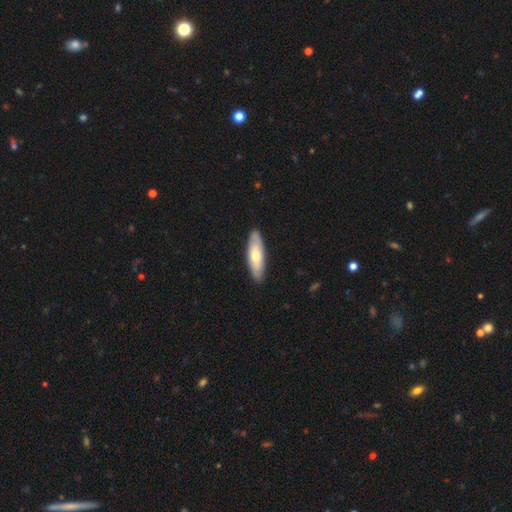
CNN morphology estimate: smooth_or_featured: smooth (p=0.62) [alt: featured or disk p=0.33]
how_rounded: in between (p=0.50) [alt: cigar-shaped p=0.49]
merging: none (p=0.89) [alt: minor disturbance p=0.09]